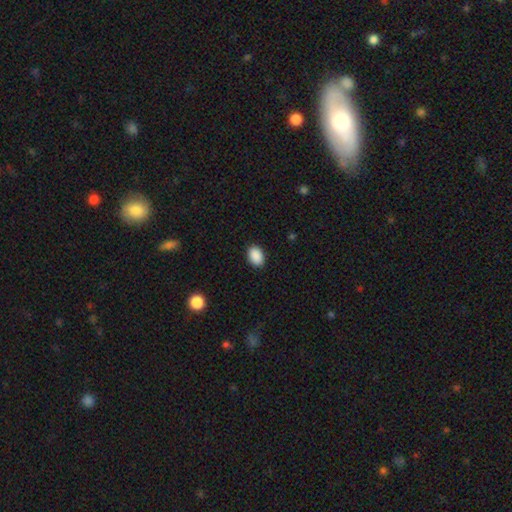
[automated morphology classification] Overall: smooth (90%). How rounded: in between (84%). Merging: none (88%).